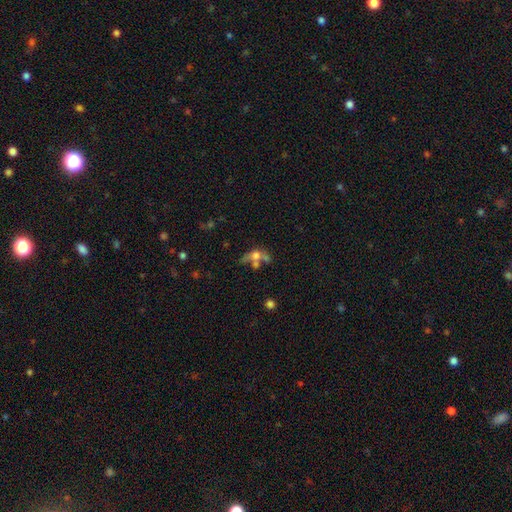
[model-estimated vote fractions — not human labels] This appears to be a smooth galaxy with no disk features (51%) that is round (46%, tied with in between). Merging: merger (47%).